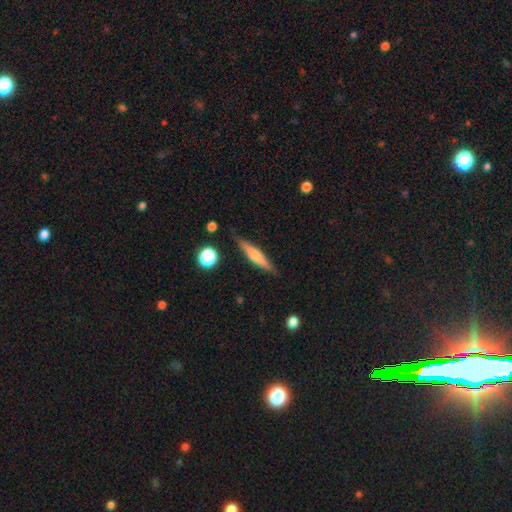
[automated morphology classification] smooth 54%, featured or disk 39%, star or artifact 7%. Down the decision tree: how rounded — cigar-shaped (88%); merging — none (86%).